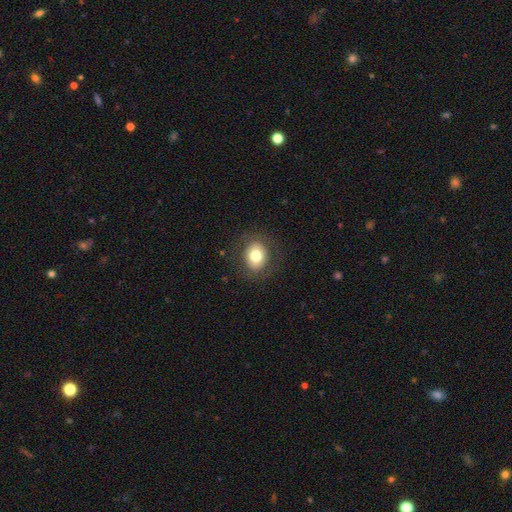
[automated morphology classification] This appears to be a smooth galaxy with no disk features (74%) that is round (66%). Merging: none (85%).